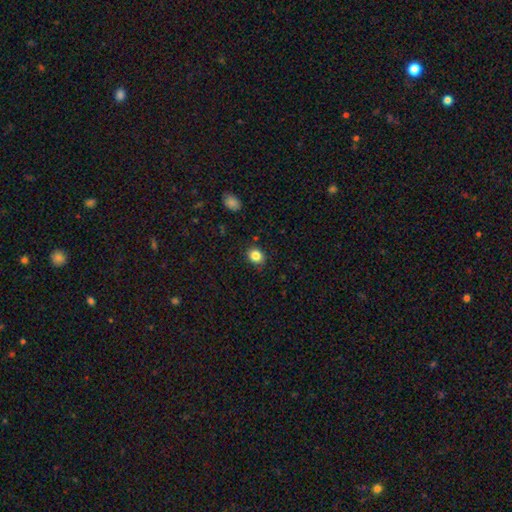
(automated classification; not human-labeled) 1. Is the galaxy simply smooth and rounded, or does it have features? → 85% smooth, 10% star or artifact, 5% featured or disk.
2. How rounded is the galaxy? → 69% round, 30% in between, 1% cigar-shaped.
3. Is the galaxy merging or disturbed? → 83% none, 13% minor disturbance, 3% major disturbance, 1% merger.